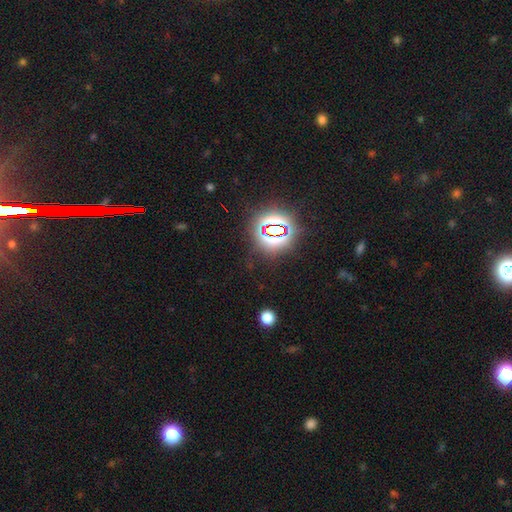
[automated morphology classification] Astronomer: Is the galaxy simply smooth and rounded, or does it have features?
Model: star or artifact — 78%.